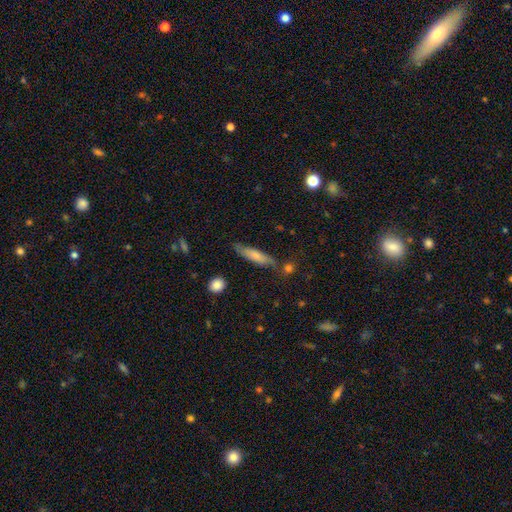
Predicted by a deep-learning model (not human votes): Q: Smooth or featured?
A: smooth (66%); runner-up: featured or disk (28%)
Q: How rounded?
A: cigar-shaped (74%); runner-up: in between (24%)
Q: Merging?
A: none (69%); runner-up: minor disturbance (21%)